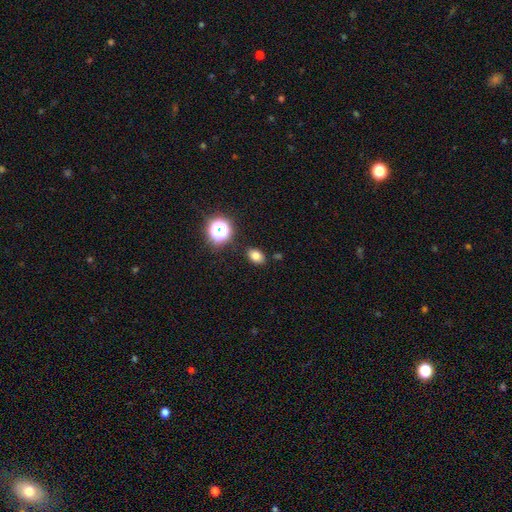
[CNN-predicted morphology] A smooth galaxy with no disk features (78%) that is in between round and cigar-shaped (76%). Merging: none (85%).